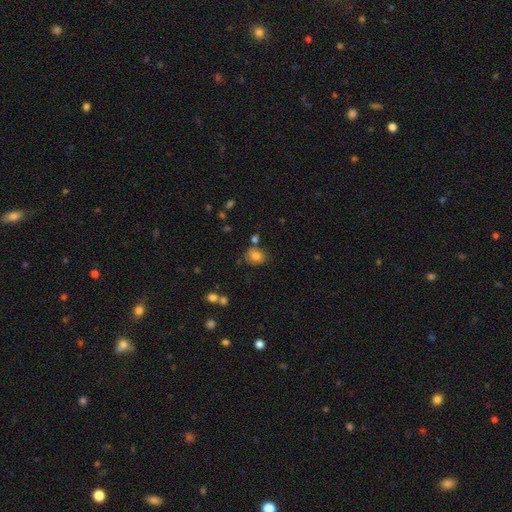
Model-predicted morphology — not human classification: Smooth or featured: smooth — 79% (star or artifact — 11%)
How rounded: round — 61% (in between — 38%)
Merging: none — 70% (minor disturbance — 16%)